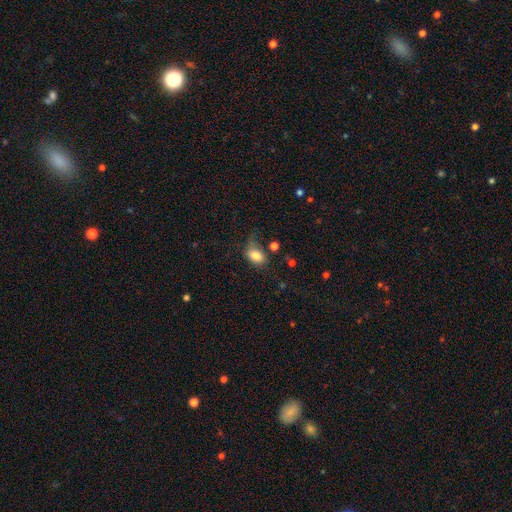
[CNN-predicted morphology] Smooth or featured?
  - smooth: 81% *
  - featured or disk: 10%
  - star or artifact: 9%
How rounded?
  - in between: 78% *
  - round: 20%
  - cigar-shaped: 1%
Merging?
  - none: 46% *
  - minor disturbance: 30%
  - major disturbance: 18%
  - merger: 6%